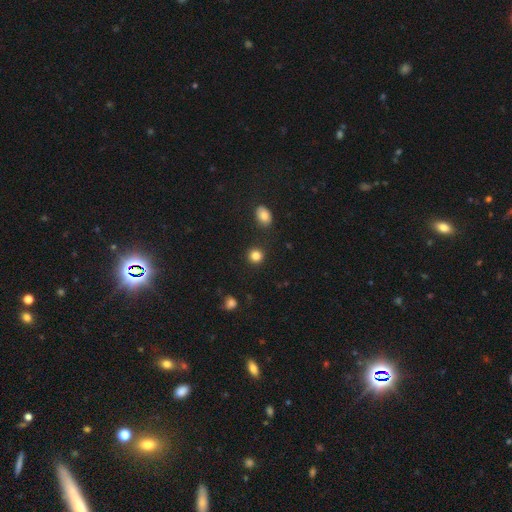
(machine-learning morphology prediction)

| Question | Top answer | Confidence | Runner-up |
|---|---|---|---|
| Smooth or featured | smooth | 85% | star or artifact (11%) |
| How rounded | round | 90% | in between (9%) |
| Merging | none | 89% | minor disturbance (6%) |